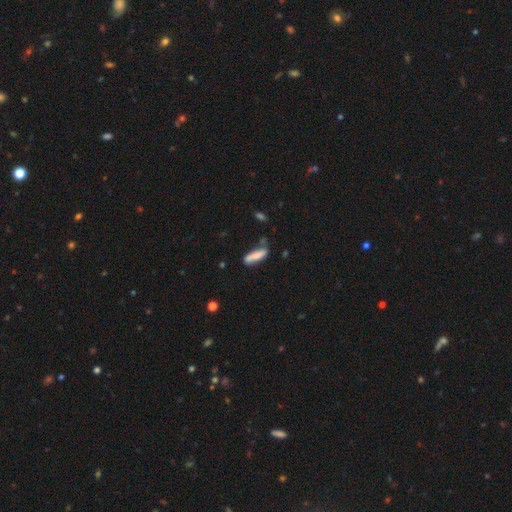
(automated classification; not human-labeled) smooth-or-featured: smooth: 70% | featured or disk: 22% | star or artifact: 7%
  how-rounded: cigar-shaped: 62% | in between: 36% | round: 2%
  merging: none: 55% | minor disturbance: 27% | merger: 10% | major disturbance: 8%